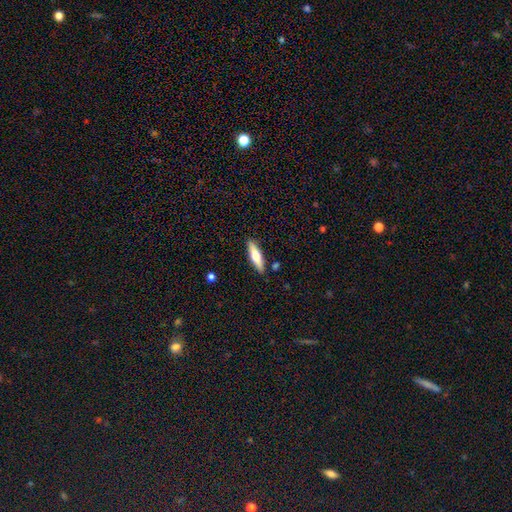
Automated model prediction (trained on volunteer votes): This appears to be a smooth galaxy with no disk features (49%). Merging: none (88%).